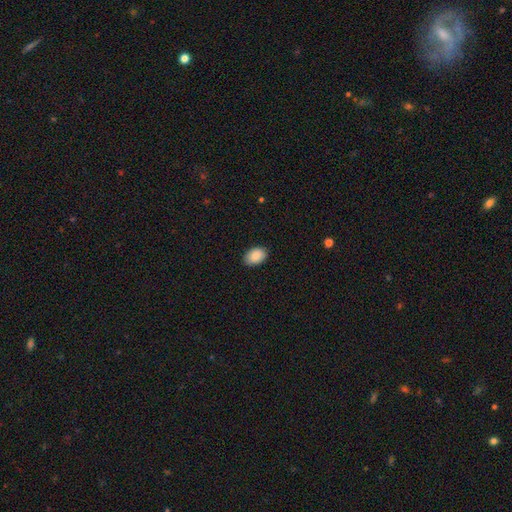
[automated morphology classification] A smooth galaxy with no disk features (89%) that is in between round and cigar-shaped (86%). Merging: none (85%).